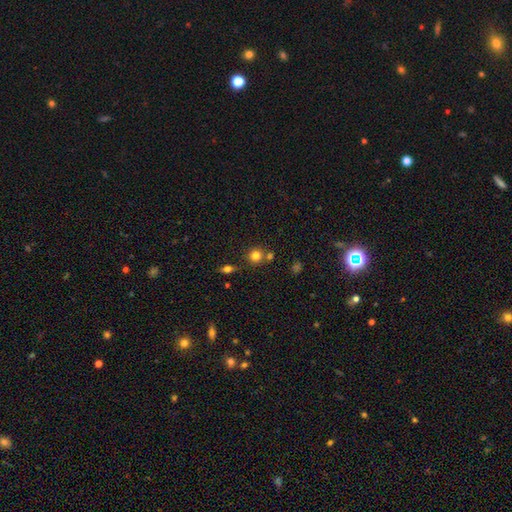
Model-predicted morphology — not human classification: type=smooth (78%); roundness=round (90%); merging=none (70%).